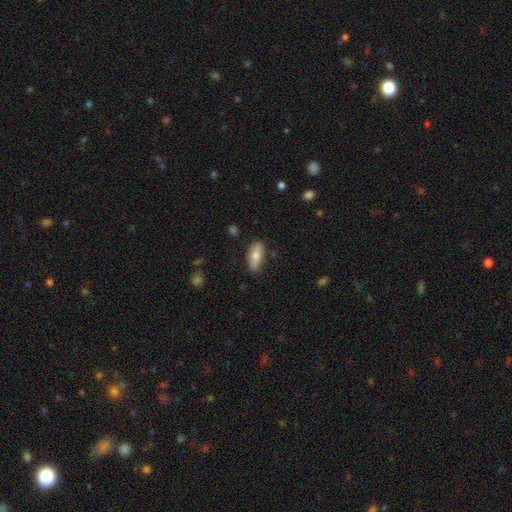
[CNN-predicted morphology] Overall: smooth (67%). How rounded: in between (81%). Merging: none (78%).